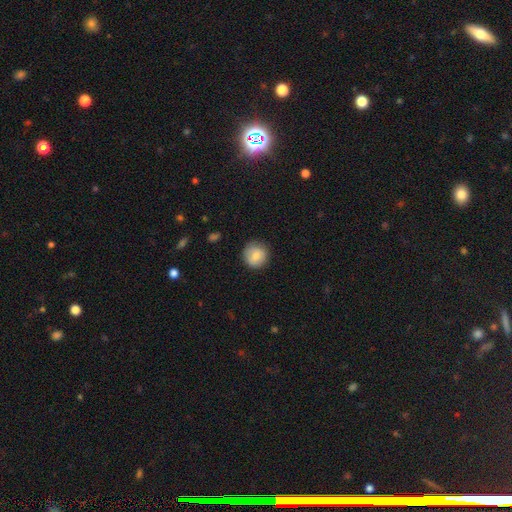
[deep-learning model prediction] Smooth or featured?
  - smooth: 79% *
  - featured or disk: 13%
  - star or artifact: 8%
How rounded?
  - round: 93% *
  - in between: 6%
  - cigar-shaped: 1%
Merging?
  - none: 84% *
  - minor disturbance: 12%
  - major disturbance: 3%
  - merger: 1%